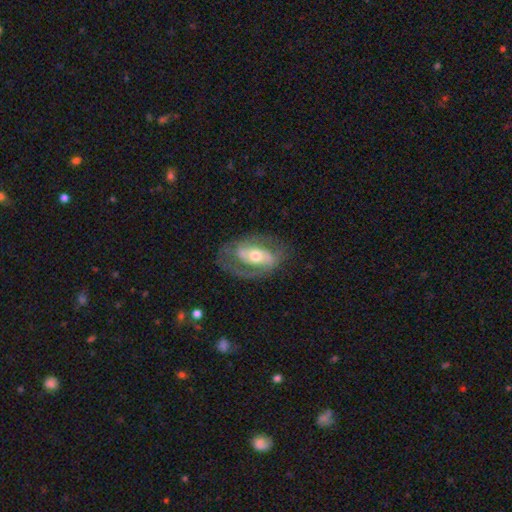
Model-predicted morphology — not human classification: This appears to be a featured or disk galaxy (76%) with no bar (36%), 2 (75%) medium (46%) spiral arms (81%) and a moderate central bulge (66%). Merging: none (65%).